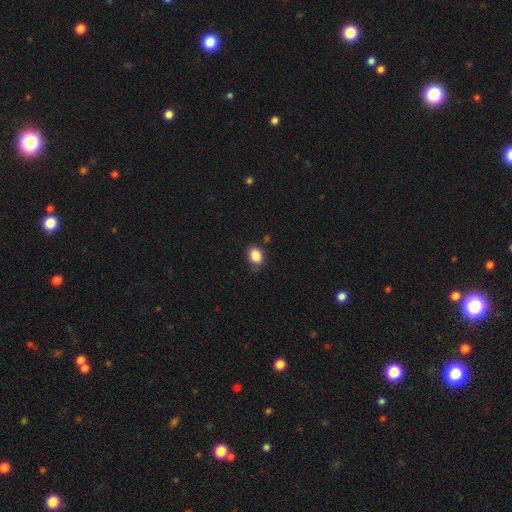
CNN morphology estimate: A smooth galaxy with no disk features (86%) that is in between round and cigar-shaped (61%). Merging: none (72%).